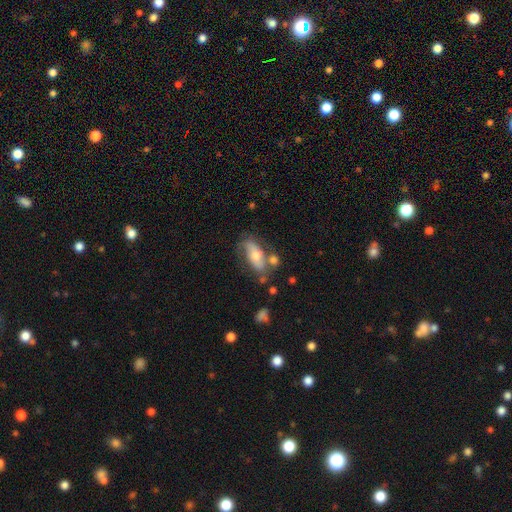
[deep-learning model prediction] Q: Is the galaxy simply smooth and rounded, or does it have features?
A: smooth — 50%.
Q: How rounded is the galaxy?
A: in between — 78%.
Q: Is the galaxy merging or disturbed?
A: none — 52%.